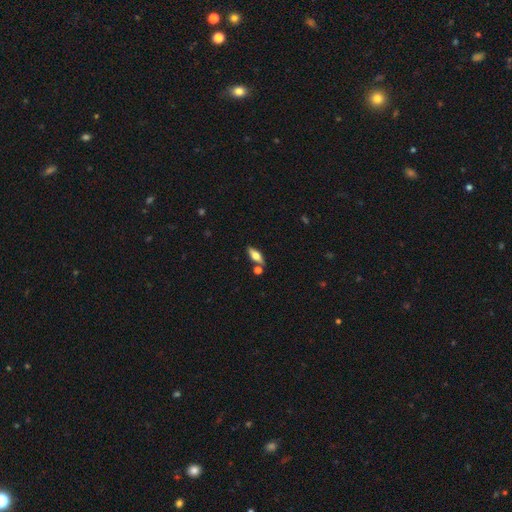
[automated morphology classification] This is possibly a featured or disk galaxy (46%, tied with smooth). Merging: likely none (76%).